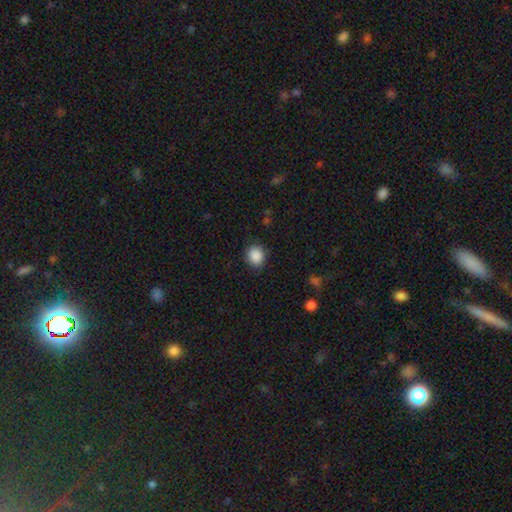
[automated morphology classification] smooth_or_featured: smooth (p=0.89) [alt: star or artifact p=0.08]
how_rounded: round (p=0.68) [alt: in between p=0.31]
merging: none (p=0.85) [alt: minor disturbance p=0.11]